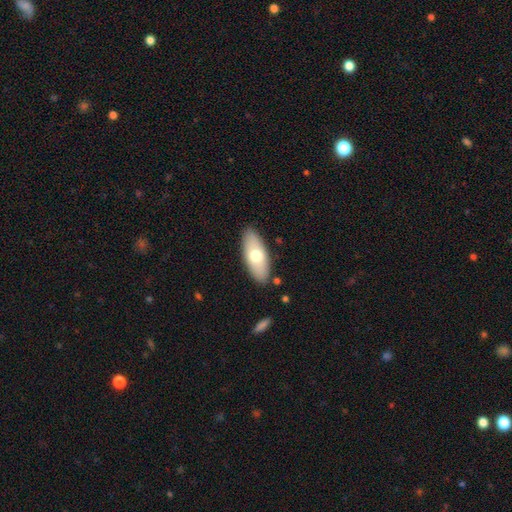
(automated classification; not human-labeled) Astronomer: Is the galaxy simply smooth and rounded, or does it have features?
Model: smooth — 65%.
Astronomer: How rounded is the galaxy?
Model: in between — 82%.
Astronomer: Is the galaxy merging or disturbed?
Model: none — 86%.